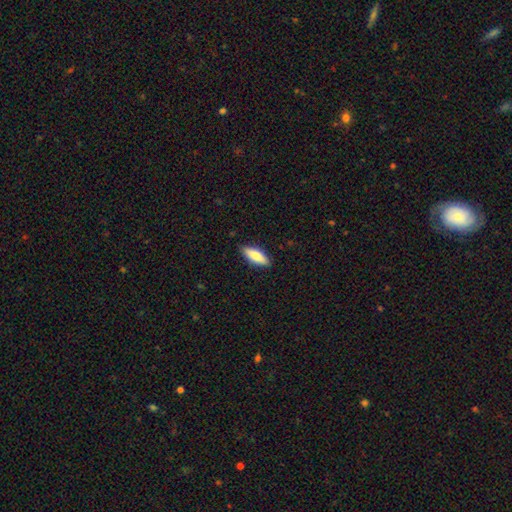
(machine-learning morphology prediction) This appears to be a smooth galaxy with no disk features (78%) that is in between round and cigar-shaped (67%). Merging: none (87%).